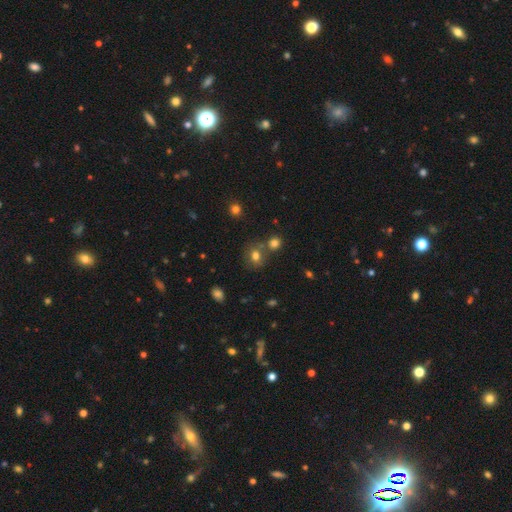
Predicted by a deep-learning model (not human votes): A smooth galaxy with no disk features (75%) that is round (68%).

Vote fractions:
- Smooth or featured? smooth: 75% / star or artifact: 15% / featured or disk: 10%
- How rounded? round: 68% / in between: 31% / cigar-shaped: 1%
- Merging? none: 61% / merger: 24% / minor disturbance: 11% / major disturbance: 4%